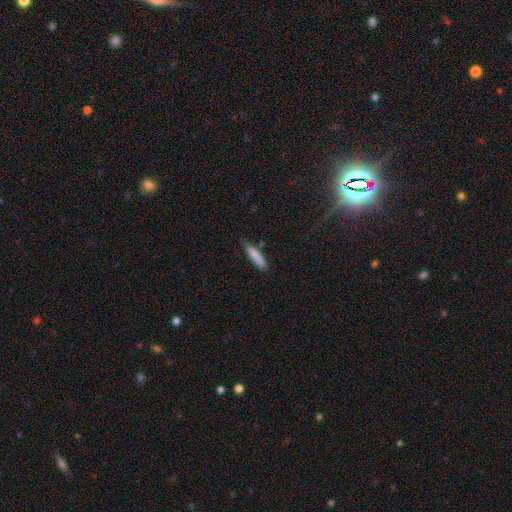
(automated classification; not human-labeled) This is clearly a smooth galaxy (84%). How rounded: likely cigar-shaped (76%). Merging: likely none (72%).